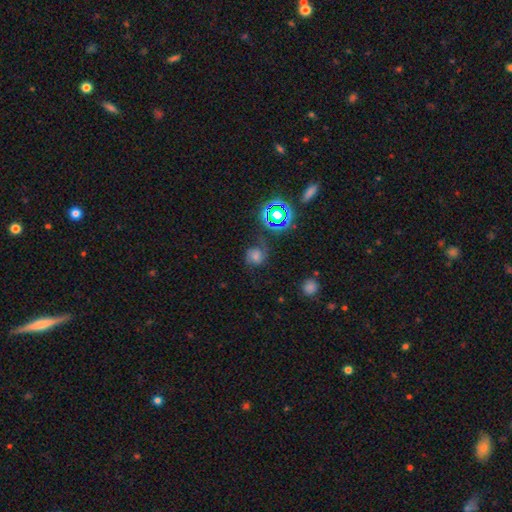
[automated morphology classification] Smooth or featured?
  - smooth: 38% *
  - featured or disk: 36%
  - star or artifact: 27%
Merging?
  - none: 58% *
  - minor disturbance: 22%
  - major disturbance: 17%
  - merger: 3%